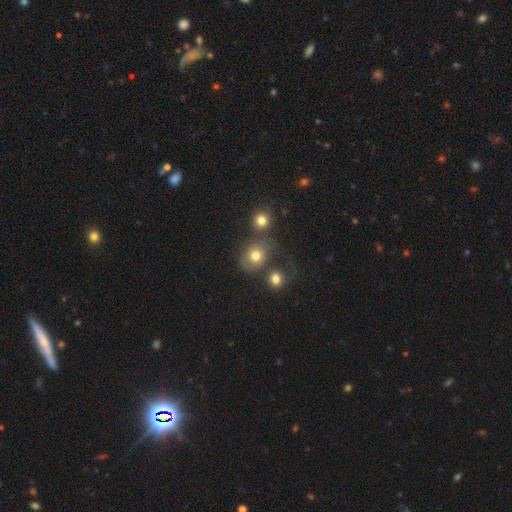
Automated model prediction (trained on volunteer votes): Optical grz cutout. It shows a smooth galaxy with no disk features (73%) that is round (72%). Merging: none (46%).